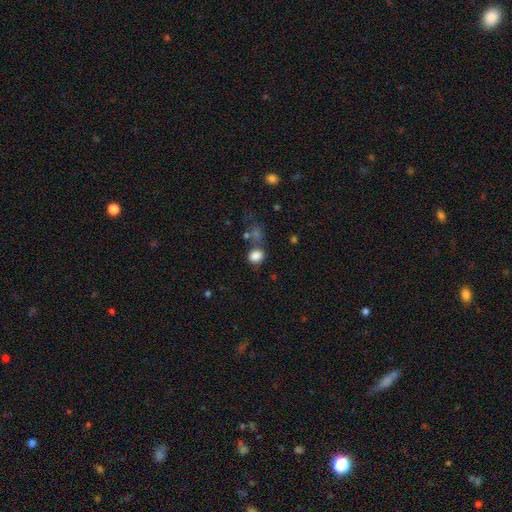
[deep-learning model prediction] smooth 84%, star or artifact 11%, featured or disk 5%. Down the decision tree: how rounded — round (56%); merging — none (61%).